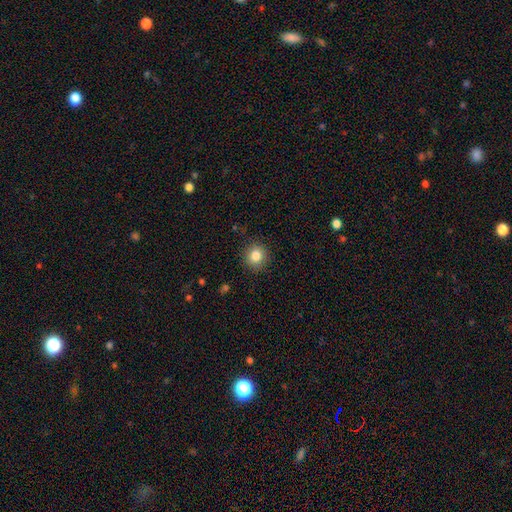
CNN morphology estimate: type=smooth (84%); roundness=round (91%); merging=none (90%).